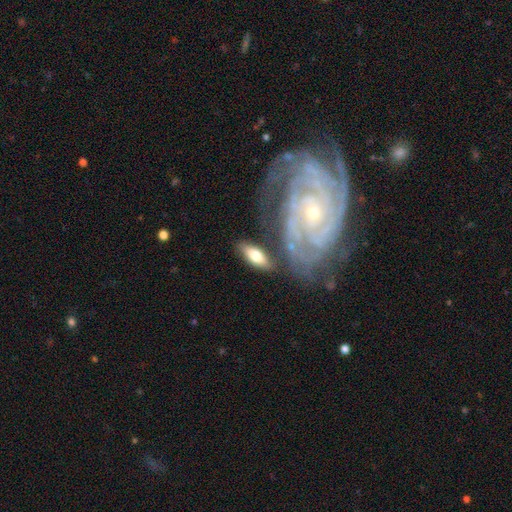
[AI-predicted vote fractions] smooth-or-featured: smooth: 64% | featured or disk: 30% | star or artifact: 5%
  how-rounded: in between: 78% | cigar-shaped: 20% | round: 2%
  merging: none: 69% | minor disturbance: 15% | merger: 9% | major disturbance: 6%